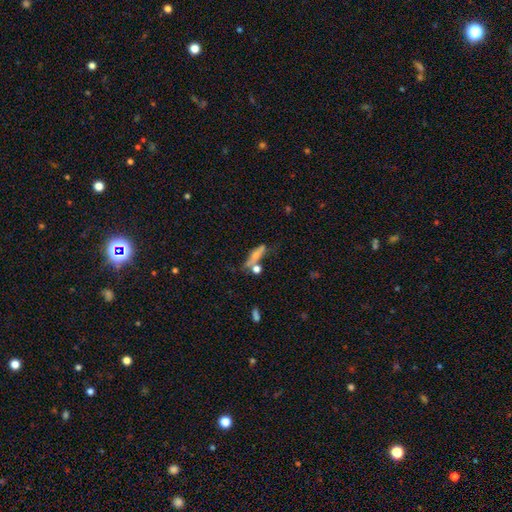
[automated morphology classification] smooth 57%, featured or disk 32%, star or artifact 11%. Down the decision tree: how rounded — cigar-shaped (72%); merging — none (44%).